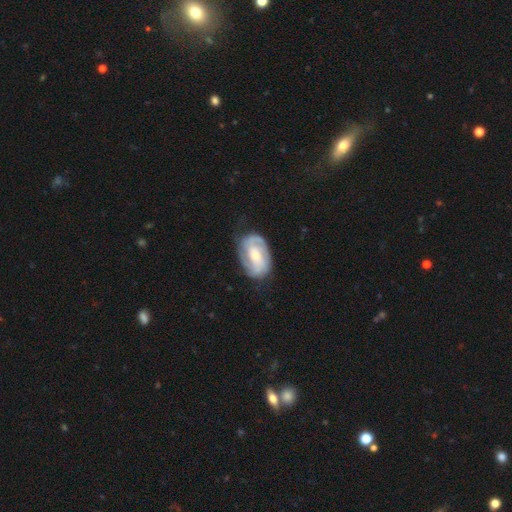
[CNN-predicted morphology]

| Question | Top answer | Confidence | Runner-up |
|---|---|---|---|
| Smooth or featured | featured or disk | 78% | smooth (17%) |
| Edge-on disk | no | 97% | yes (3%) |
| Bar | no | 48% | weak (39%) |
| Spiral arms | yes | 92% | no (8%) |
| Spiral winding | tight | 52% | medium (37%) |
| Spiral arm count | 2 | 65% | can't tell (17%) |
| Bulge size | moderate | 53% | small (30%) |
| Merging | none | 72% | minor disturbance (20%) |